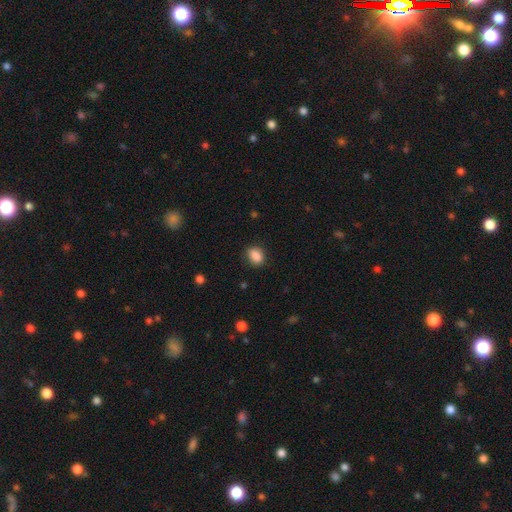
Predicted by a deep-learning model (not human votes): Smooth or featured: smooth — 88% (star or artifact — 8%)
How rounded: in between — 71% (round — 27%)
Merging: none — 83% (minor disturbance — 13%)